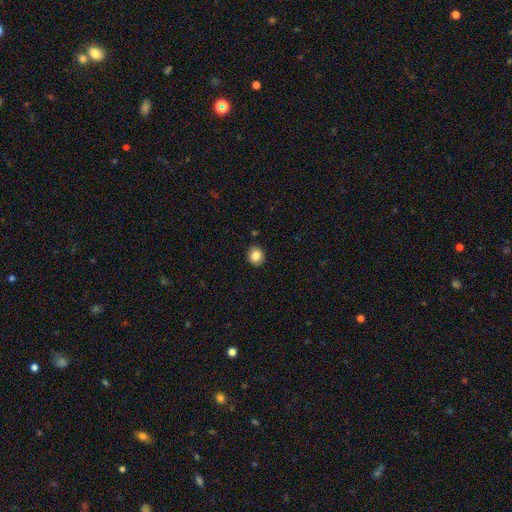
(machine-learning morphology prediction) smooth 85%, star or artifact 10%, featured or disk 5%. Down the decision tree: how rounded — round (81%); merging — none (90%).